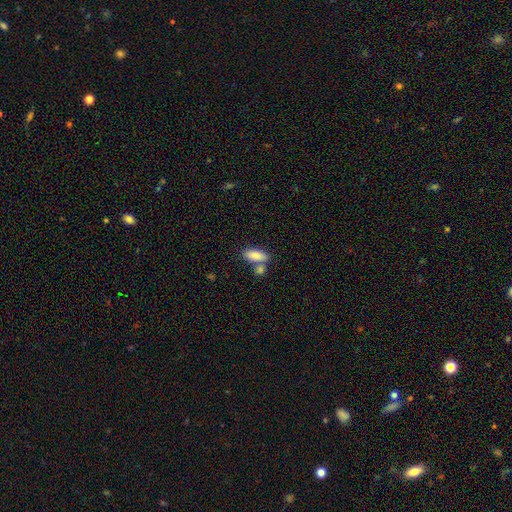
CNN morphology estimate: Q: Smooth or featured?
A: smooth (85%); runner-up: featured or disk (8%)
Q: How rounded?
A: in between (78%); runner-up: cigar-shaped (19%)
Q: Merging?
A: none (56%); runner-up: merger (30%)